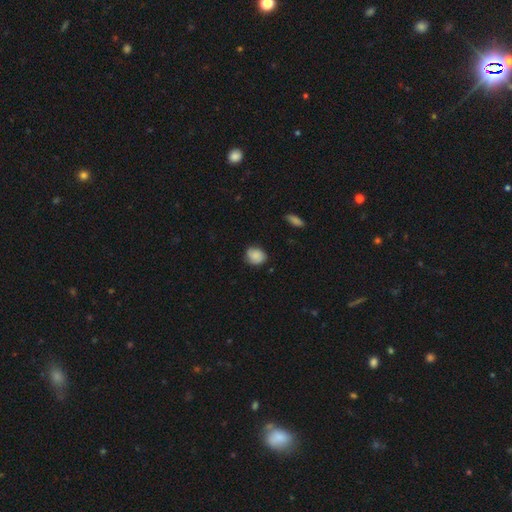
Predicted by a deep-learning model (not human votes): A smooth galaxy with no disk features (81%) that is round (63%). Merging: none (77%).